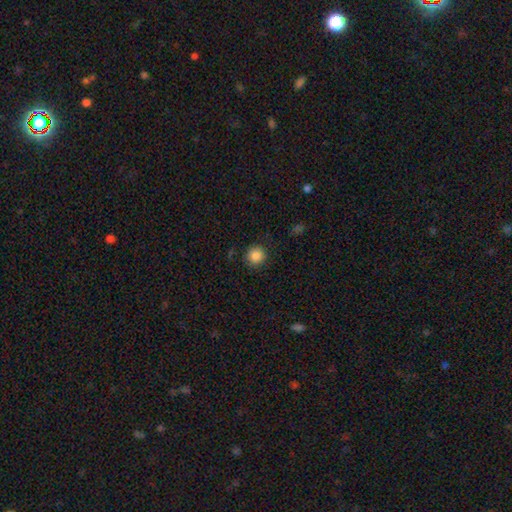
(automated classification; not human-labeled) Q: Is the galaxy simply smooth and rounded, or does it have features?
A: smooth — 86%.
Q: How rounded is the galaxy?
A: round — 93%.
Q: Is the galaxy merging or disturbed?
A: none — 89%.